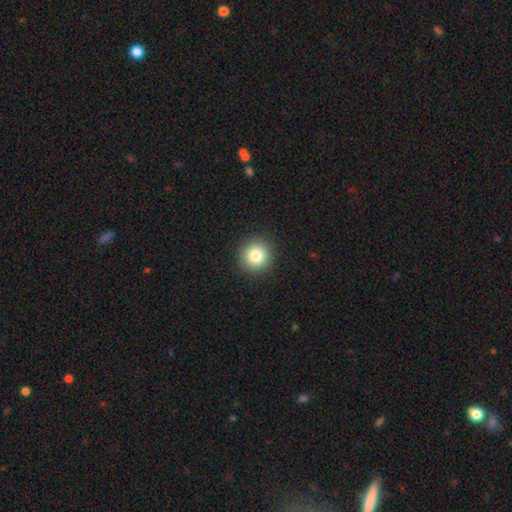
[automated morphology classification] type=smooth (82%); roundness=round (94%); merging=none (92%).